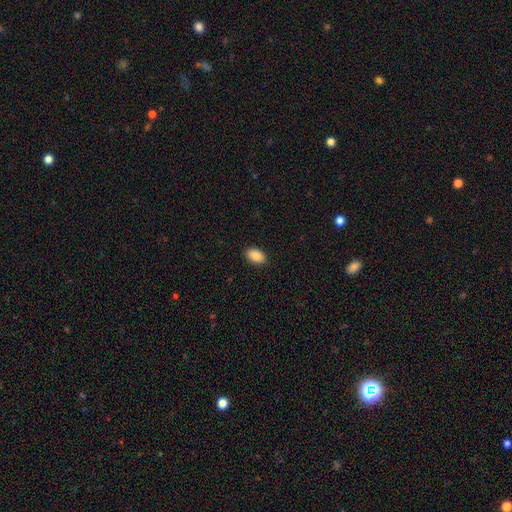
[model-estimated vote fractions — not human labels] Q: Smooth or featured?
A: smooth (90%); runner-up: star or artifact (7%)
Q: How rounded?
A: in between (91%); runner-up: round (8%)
Q: Merging?
A: none (90%); runner-up: minor disturbance (8%)